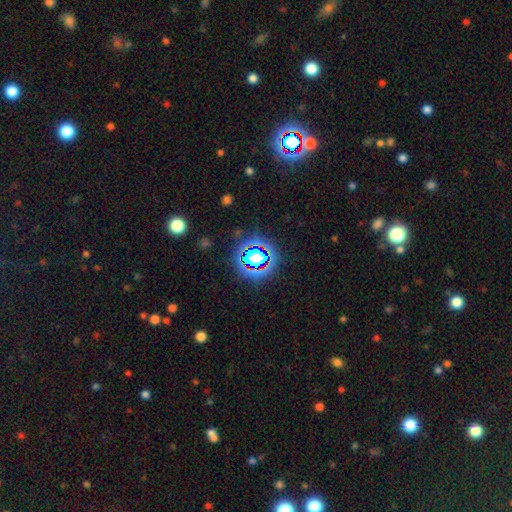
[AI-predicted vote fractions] Q: Smooth or featured?
A: star or artifact (56%); runner-up: smooth (31%)